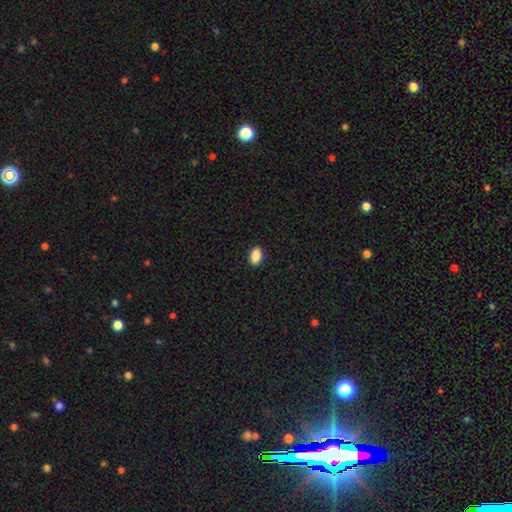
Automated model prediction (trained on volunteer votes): Smooth or featured? Predicted: smooth (p=0.89). How rounded? Predicted: in between (p=0.91). Merging? Predicted: none (p=0.90).